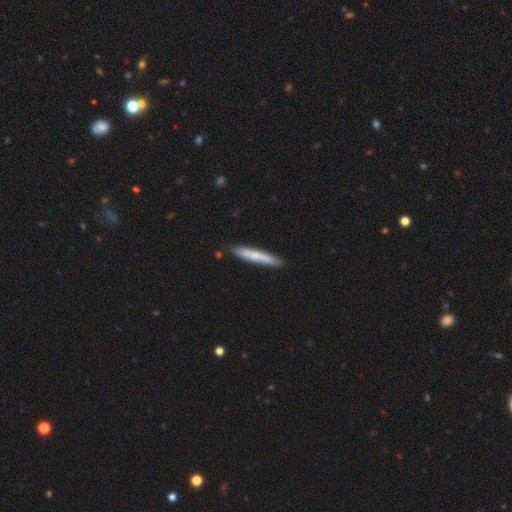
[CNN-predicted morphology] Smooth or featured? Predicted: smooth (p=0.65). How rounded? Predicted: cigar-shaped (p=0.94). Merging? Predicted: none (p=0.85).